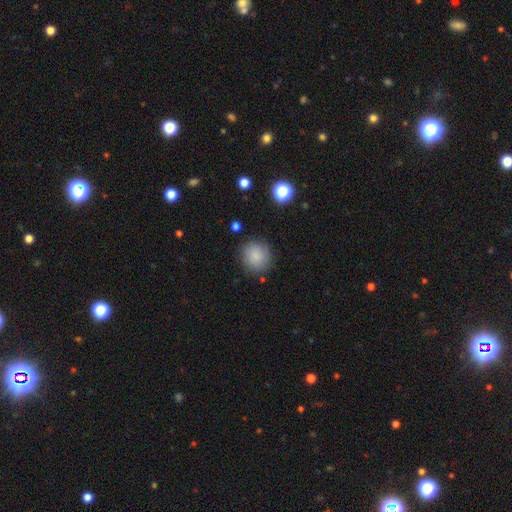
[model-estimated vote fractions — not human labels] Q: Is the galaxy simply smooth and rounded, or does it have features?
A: smooth — 84%.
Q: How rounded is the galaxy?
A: round — 91%.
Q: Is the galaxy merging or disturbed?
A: none — 84%.